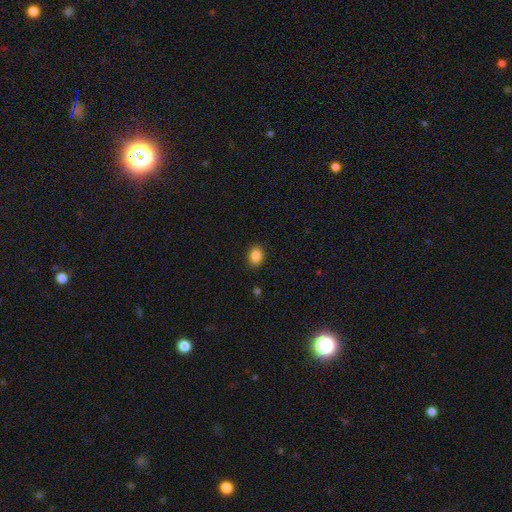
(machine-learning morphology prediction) Smooth or featured? Predicted: smooth (p=0.87). How rounded? Predicted: in between (p=0.60). Merging? Predicted: none (p=0.88).